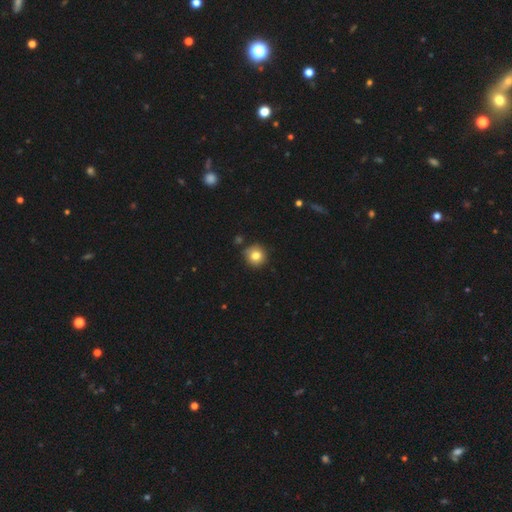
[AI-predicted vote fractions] This appears to be a smooth galaxy with no disk features (81%) that is round (93%). Merging: none (85%).